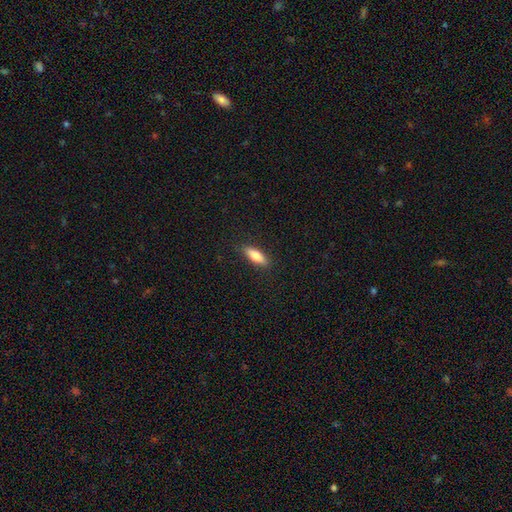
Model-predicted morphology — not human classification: smooth 76%, featured or disk 18%, star or artifact 6%. Down the decision tree: how rounded — in between (53%); merging — none (87%).